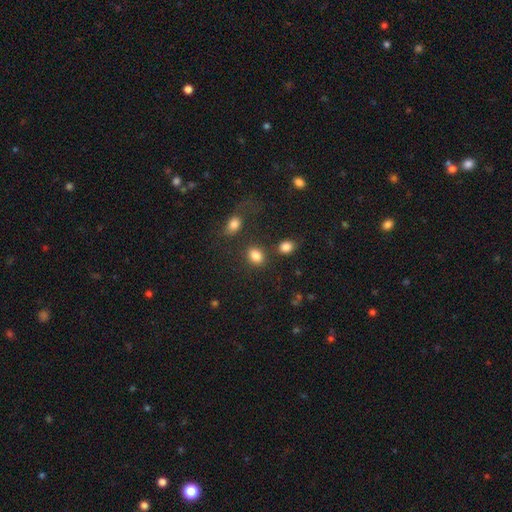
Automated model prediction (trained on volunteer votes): This is clearly a smooth galaxy (84%). How rounded: likely in between (62%). Merging: likely none (71%).